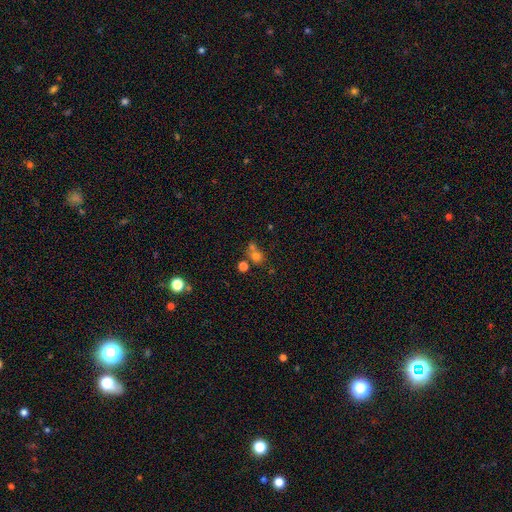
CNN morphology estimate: This appears to be a smooth galaxy with no disk features (70%) that is round (80%). Merging: none (48%).